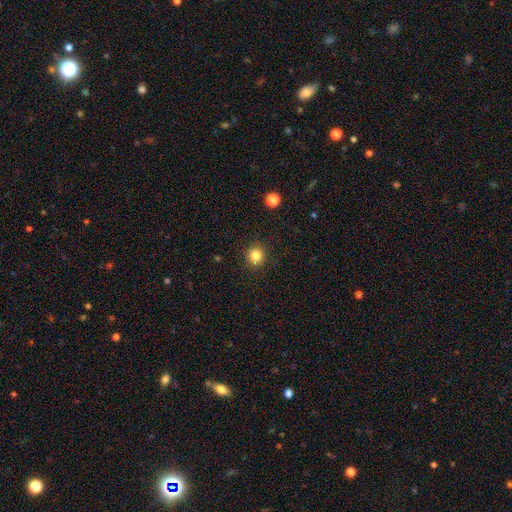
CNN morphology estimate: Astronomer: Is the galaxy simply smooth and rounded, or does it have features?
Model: smooth — 83%.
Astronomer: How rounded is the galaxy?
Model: round — 93%.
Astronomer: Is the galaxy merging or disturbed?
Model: none — 91%.